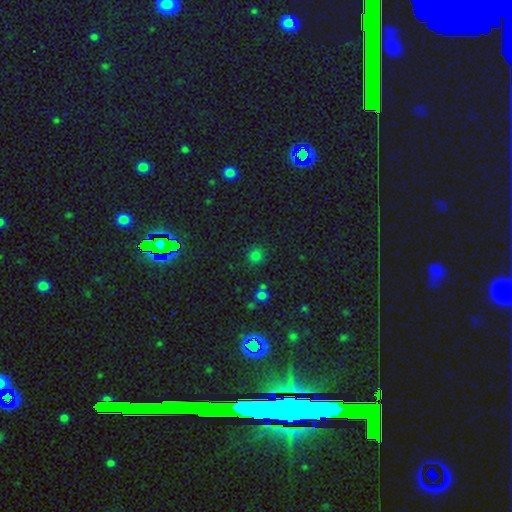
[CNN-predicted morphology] Q: Smooth or featured?
A: smooth (70%); runner-up: star or artifact (25%)
Q: How rounded?
A: round (89%); runner-up: in between (10%)
Q: Merging?
A: none (81%); runner-up: minor disturbance (11%)